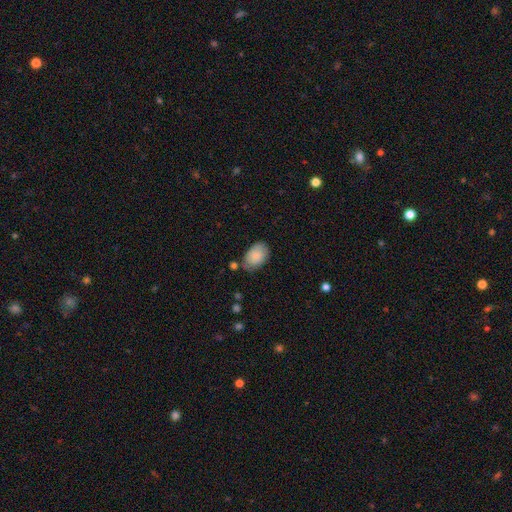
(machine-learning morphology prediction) Smooth or featured?
  - smooth: 85% *
  - featured or disk: 9%
  - star or artifact: 6%
How rounded?
  - in between: 89% *
  - round: 10%
  - cigar-shaped: 1%
Merging?
  - none: 65% *
  - minor disturbance: 24%
  - merger: 5%
  - major disturbance: 5%